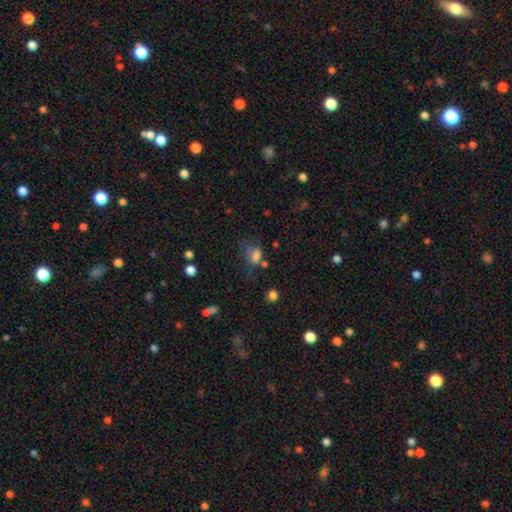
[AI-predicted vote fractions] A smooth galaxy with no disk features (70%) that is in between round and cigar-shaped (71%).

Vote fractions:
- Smooth or featured? smooth: 70% / featured or disk: 15% / star or artifact: 14%
- How rounded? in between: 71% / round: 27% / cigar-shaped: 2%
- Merging? none: 33% / major disturbance: 31% / minor disturbance: 25% / merger: 11%